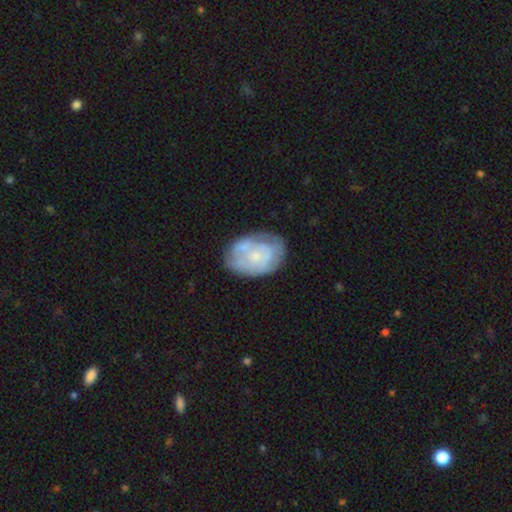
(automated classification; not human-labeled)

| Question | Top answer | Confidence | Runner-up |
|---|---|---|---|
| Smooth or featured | featured or disk | 55% | smooth (38%) |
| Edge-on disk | no | 97% | yes (3%) |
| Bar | no | 84% | weak (14%) |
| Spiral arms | no | 53% | yes (47%) |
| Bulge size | small | 60% | moderate (26%) |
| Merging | none | 59% | minor disturbance (27%) |